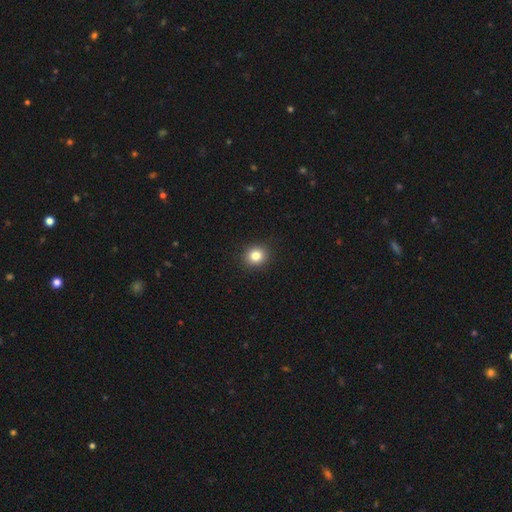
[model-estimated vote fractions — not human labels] Smooth or featured?
  - smooth: 83% *
  - star or artifact: 11%
  - featured or disk: 6%
How rounded?
  - round: 86% *
  - in between: 14%
  - cigar-shaped: 1%
Merging?
  - none: 92% *
  - minor disturbance: 6%
  - major disturbance: 2%
  - merger: 1%